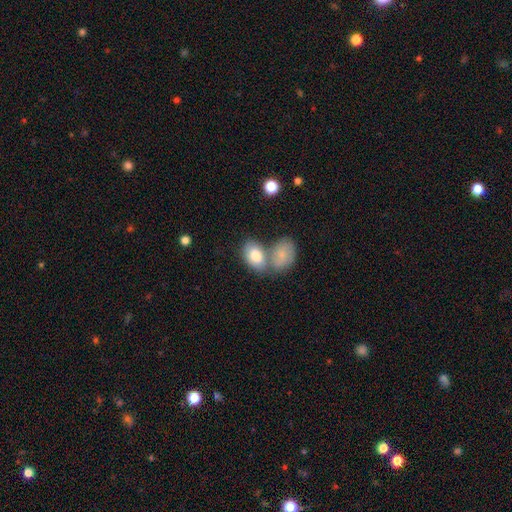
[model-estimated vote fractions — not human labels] A smooth galaxy with no disk features (80%) that is in between round and cigar-shaped (87%). Merging: merger (45%).